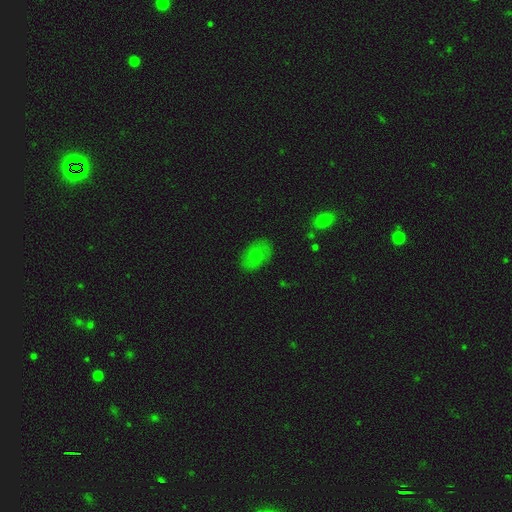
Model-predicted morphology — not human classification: Smooth or featured: smooth — 61% (featured or disk — 25%)
How rounded: in between — 81% (round — 17%)
Merging: none — 80% (minor disturbance — 15%)